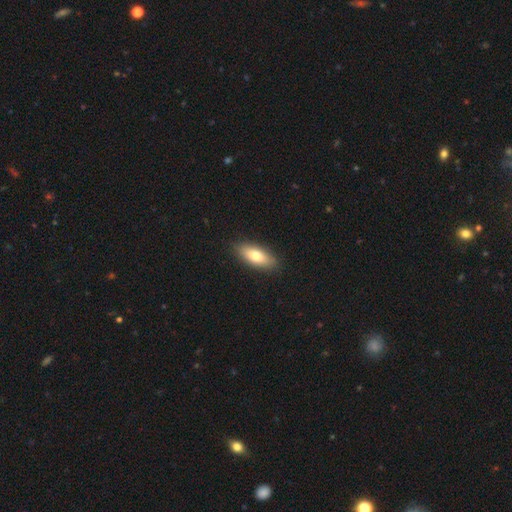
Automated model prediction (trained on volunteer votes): Morphology: type=smooth (74%); roundness=in between (73%); merging=none (88%).